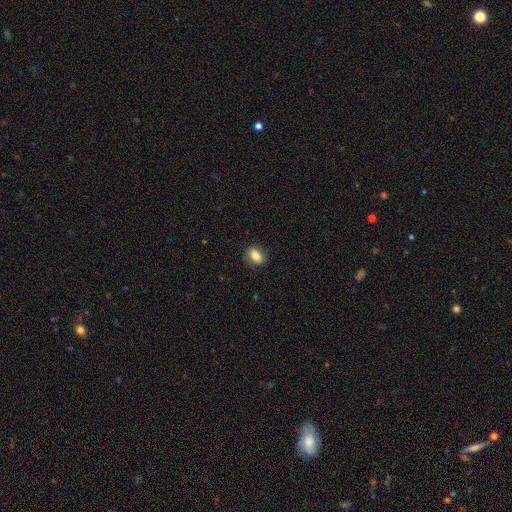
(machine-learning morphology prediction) This appears to be a smooth galaxy with no disk features (80%) that is in between round and cigar-shaped (76%). Merging: none (83%).